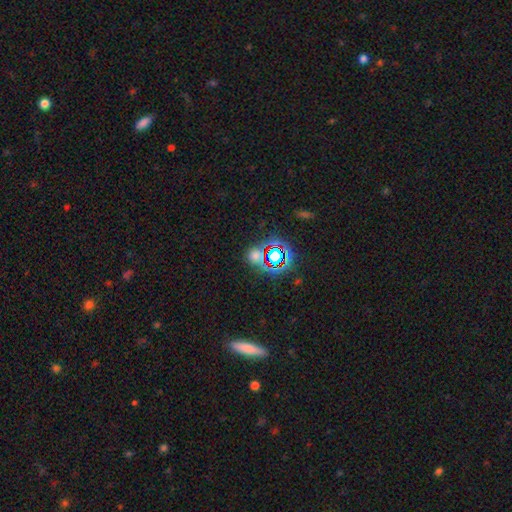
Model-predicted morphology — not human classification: Smooth or featured? Predicted: star or artifact (p=0.49).